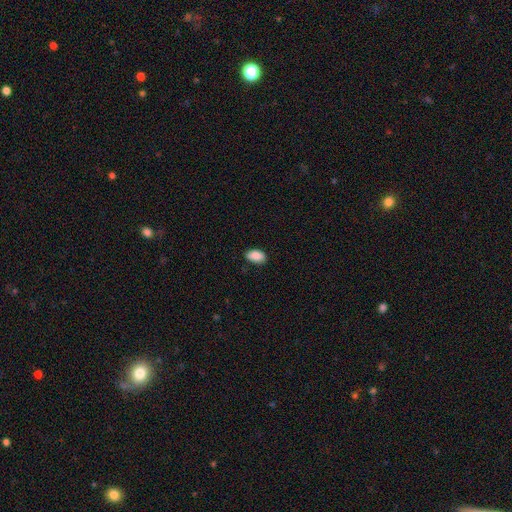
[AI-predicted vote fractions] Smooth or featured: smooth — 90% (star or artifact — 7%)
How rounded: in between — 92% (round — 6%)
Merging: none — 82% (minor disturbance — 15%)